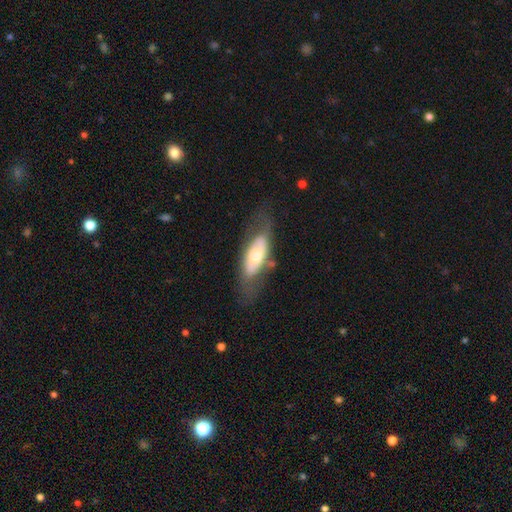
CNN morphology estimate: featured or disk 52%, smooth 43%, star or artifact 6%. Down the decision tree: edge-on disk — no (79%); merging — none (61%).